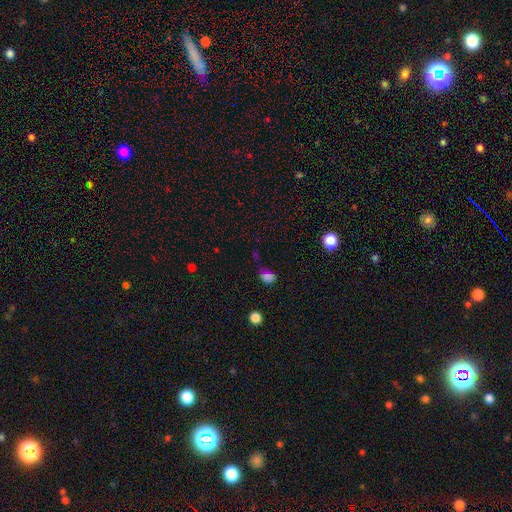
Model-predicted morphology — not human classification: This appears to be a smooth galaxy with no disk features (58%) that is in between round and cigar-shaped (61%). Merging: none (50%).